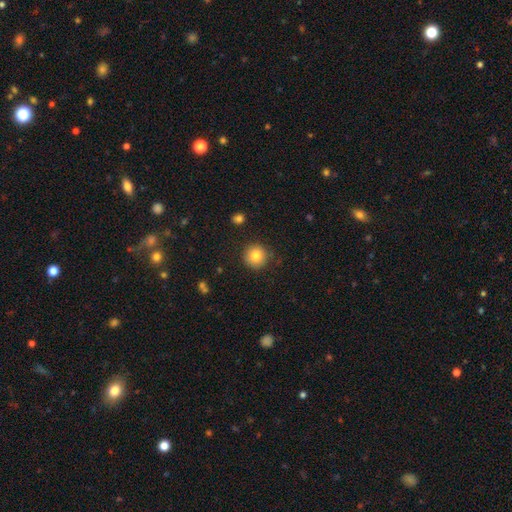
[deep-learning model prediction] Smooth or featured? Predicted: smooth (p=0.82). How rounded? Predicted: round (p=0.94). Merging? Predicted: none (p=0.87).